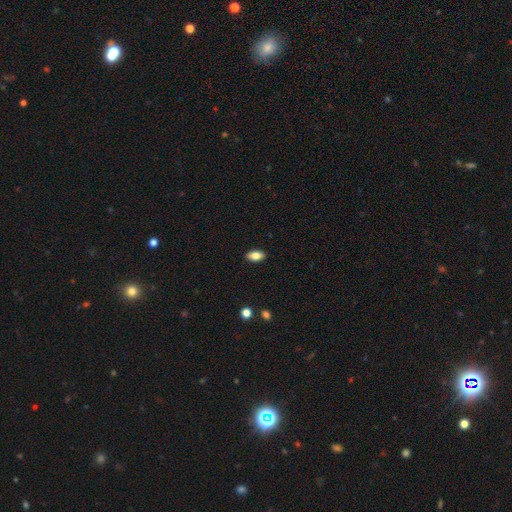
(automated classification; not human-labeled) Smooth or featured?
  - smooth: 82% *
  - featured or disk: 10%
  - star or artifact: 8%
How rounded?
  - in between: 90% *
  - cigar-shaped: 5%
  - round: 5%
Merging?
  - none: 89% *
  - minor disturbance: 8%
  - major disturbance: 2%
  - merger: 1%